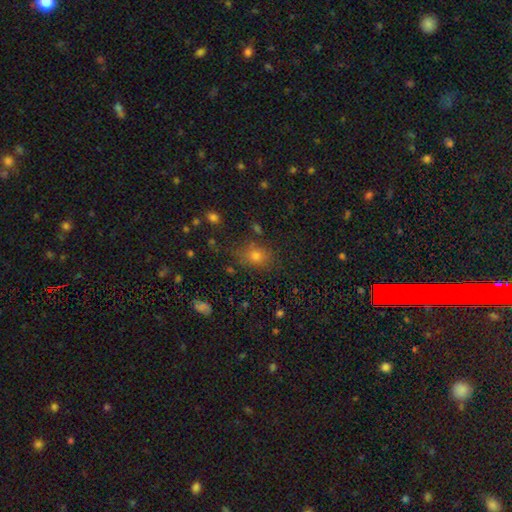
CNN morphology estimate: Smooth or featured?
  - smooth: 72% *
  - star or artifact: 19%
  - featured or disk: 9%
How rounded?
  - in between: 53% *
  - round: 45%
  - cigar-shaped: 2%
Merging?
  - none: 76% *
  - minor disturbance: 15%
  - major disturbance: 5%
  - merger: 4%